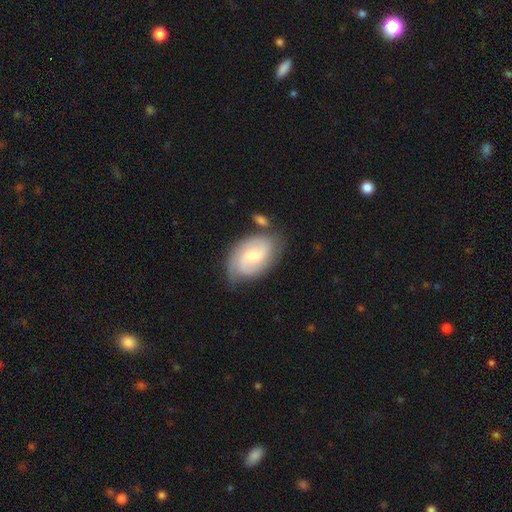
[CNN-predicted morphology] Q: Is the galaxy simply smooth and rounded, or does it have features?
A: featured or disk — 69%.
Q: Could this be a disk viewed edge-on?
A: no — 96%.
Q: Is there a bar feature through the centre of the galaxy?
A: weak — 47%.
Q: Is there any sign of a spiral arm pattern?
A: yes — 92%.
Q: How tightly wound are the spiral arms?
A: tight — 49%.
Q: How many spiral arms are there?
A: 2 — 57%.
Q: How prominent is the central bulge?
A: moderate — 55%.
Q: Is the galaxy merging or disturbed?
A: none — 72%.